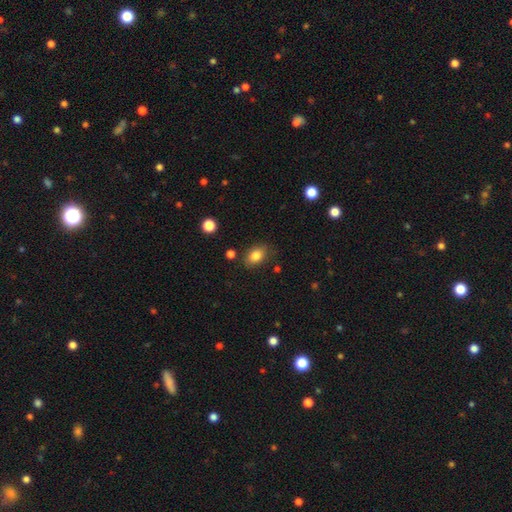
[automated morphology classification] Smooth or featured: smooth — 84% (star or artifact — 9%)
How rounded: in between — 81% (round — 17%)
Merging: none — 78% (minor disturbance — 15%)